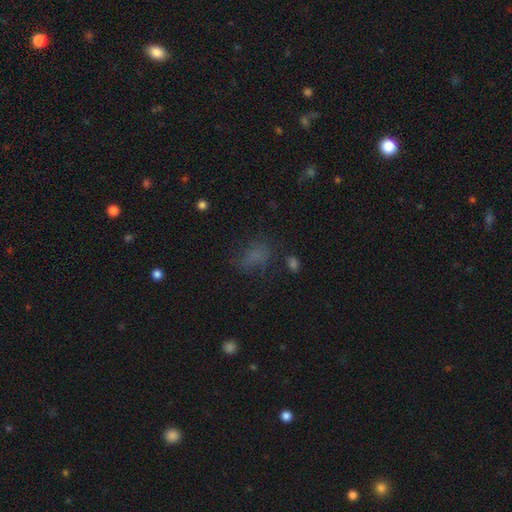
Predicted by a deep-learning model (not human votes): The model was most divided on "merging": none: 52%, minor disturbance: 23%, major disturbance: 21%, merger: 4%. More confident: how rounded — in between (75%); smooth or featured — smooth (63%).